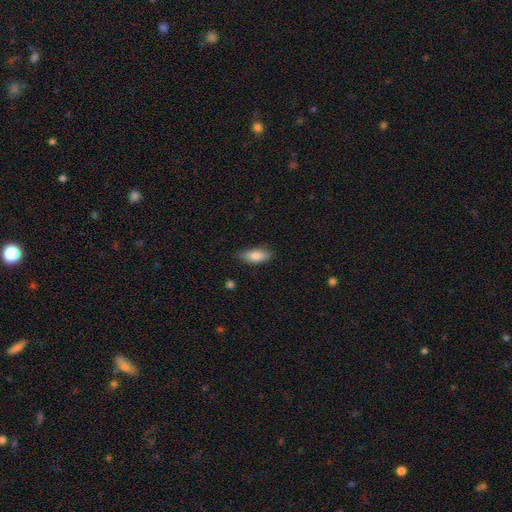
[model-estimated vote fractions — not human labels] The model was most divided on "merging": none: 78%, minor disturbance: 17%, major disturbance: 3%, merger: 1%. More confident: smooth or featured — smooth (83%); how rounded — in between (82%).